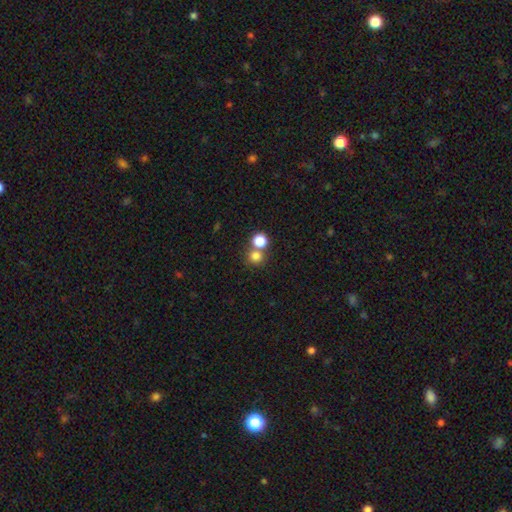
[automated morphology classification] smooth_or_featured: smooth (p=0.78) [alt: star or artifact p=0.15]
how_rounded: round (p=0.86) [alt: in between p=0.13]
merging: none (p=0.55) [alt: merger p=0.35]